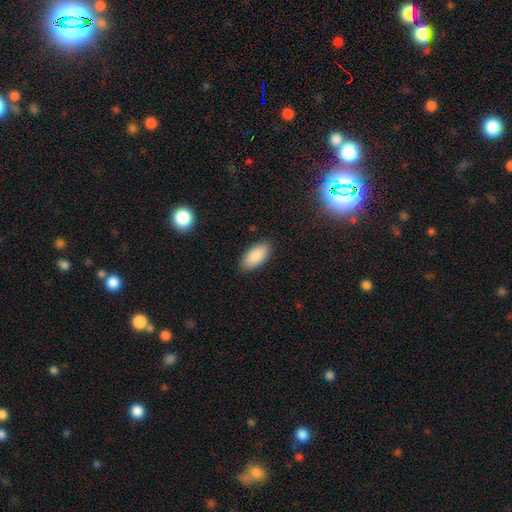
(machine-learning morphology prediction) smooth 88%, star or artifact 6%, featured or disk 6%. Down the decision tree: how rounded — in between (92%); merging — none (87%).